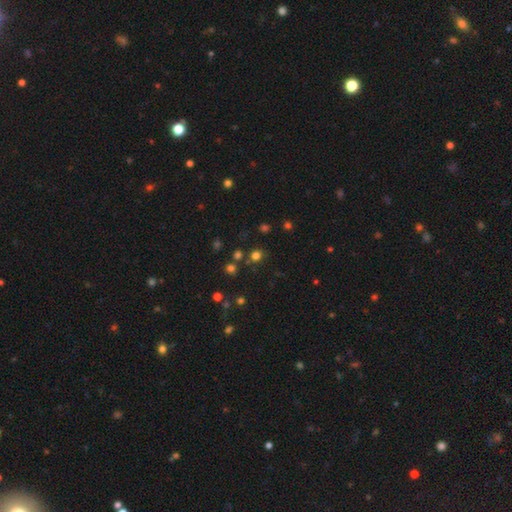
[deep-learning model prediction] Overall: smooth (69%). How rounded: round (83%). Merging: none (80%).